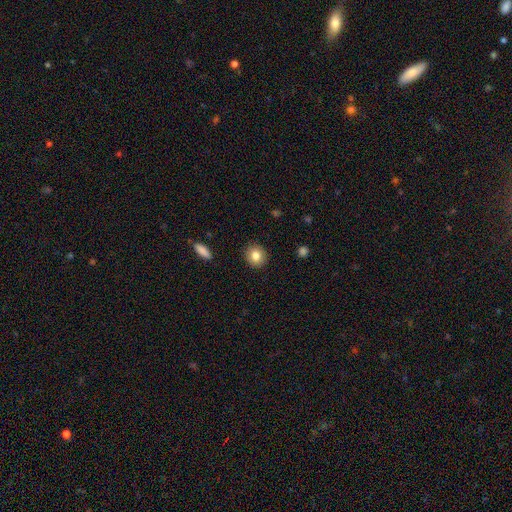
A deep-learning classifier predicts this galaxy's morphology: A smooth galaxy with no disk features (83%) that is round (79%).

Vote fractions:
- Smooth or featured? smooth: 83% / star or artifact: 9% / featured or disk: 8%
- How rounded? round: 79% / in between: 20% / cigar-shaped: 1%
- Merging? none: 90% / minor disturbance: 7% / major disturbance: 2% / merger: 1%